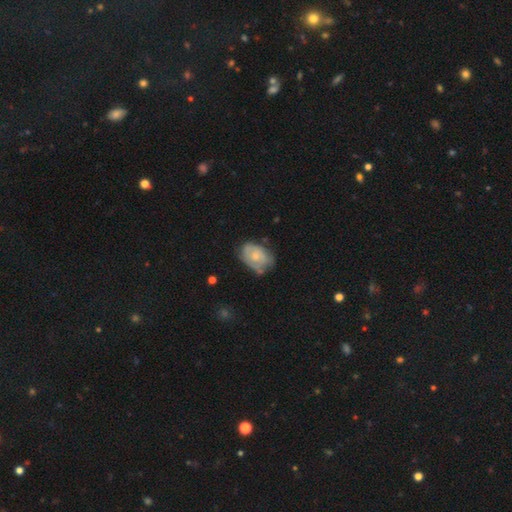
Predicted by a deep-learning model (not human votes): The model was most divided on "smooth or featured": smooth: 51%, featured or disk: 42%, star or artifact: 7%. More confident: how rounded — in between (81%); merging — none (51%).